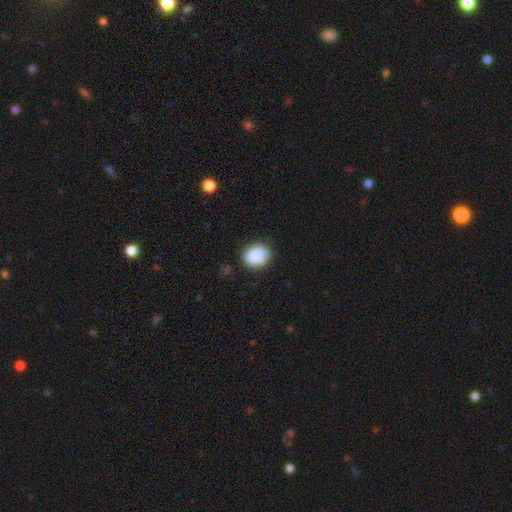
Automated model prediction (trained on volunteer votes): smooth 86%, star or artifact 8%, featured or disk 6%. Down the decision tree: how rounded — round (54%); merging — none (80%).